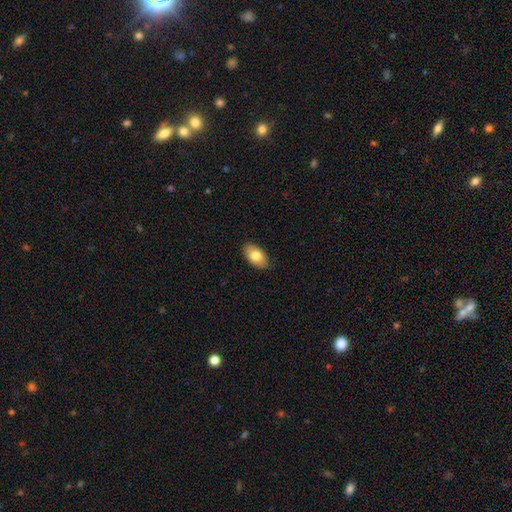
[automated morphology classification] Overall: smooth (79%). How rounded: in between (94%). Merging: none (88%).